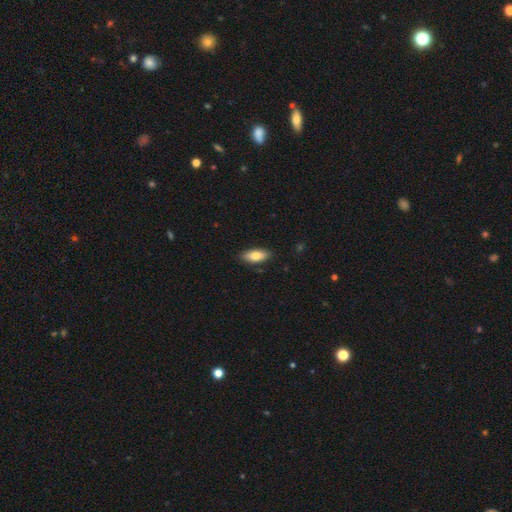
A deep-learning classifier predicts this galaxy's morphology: smooth_or_featured: smooth (p=0.78) [alt: featured or disk p=0.16]
how_rounded: in between (p=0.81) [alt: cigar-shaped p=0.17]
merging: none (p=0.87) [alt: minor disturbance p=0.10]